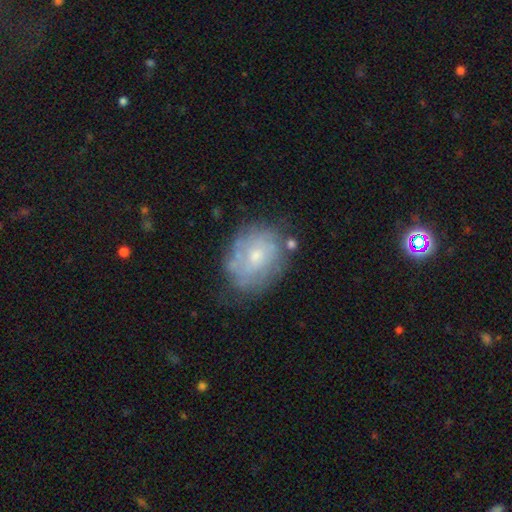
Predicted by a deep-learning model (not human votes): A featured or disk galaxy (55%) with no bar (79%), spiral arms (53%) and a small central bulge (56%).

Vote fractions:
- Smooth or featured? featured or disk: 55% / smooth: 37% / star or artifact: 8%
- Edge-on disk? no: 96% / yes: 4%
- Bar? no: 79% / weak: 18% / strong: 3%
- Spiral arms? yes: 53% / no: 47%
- Bulge size? small: 56% / moderate: 38% / none: 3% / large: 2% / dominant: 1%
- Merging? none: 63% / minor disturbance: 24% / major disturbance: 9% / merger: 4%